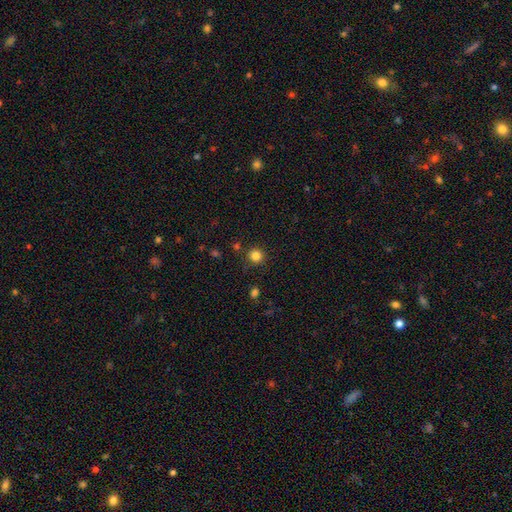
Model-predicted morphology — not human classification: Smooth or featured? smooth (83%)
How rounded? round (93%)
Merging? none (87%)